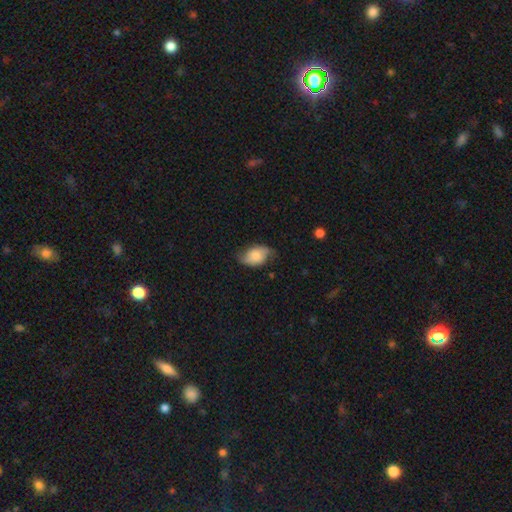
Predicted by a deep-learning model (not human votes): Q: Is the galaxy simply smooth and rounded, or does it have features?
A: smooth — 58%.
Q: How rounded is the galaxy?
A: in between — 88%.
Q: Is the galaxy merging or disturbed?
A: none — 64%.